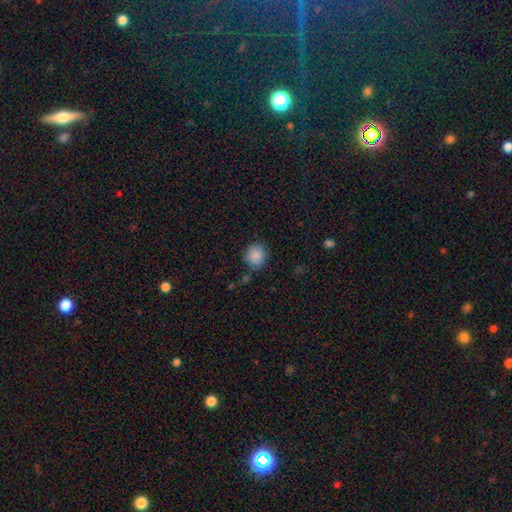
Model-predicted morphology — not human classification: The model was most divided on "merging": none: 78%, minor disturbance: 14%, merger: 4%, major disturbance: 4%. More confident: smooth or featured — smooth (88%); how rounded — round (85%).